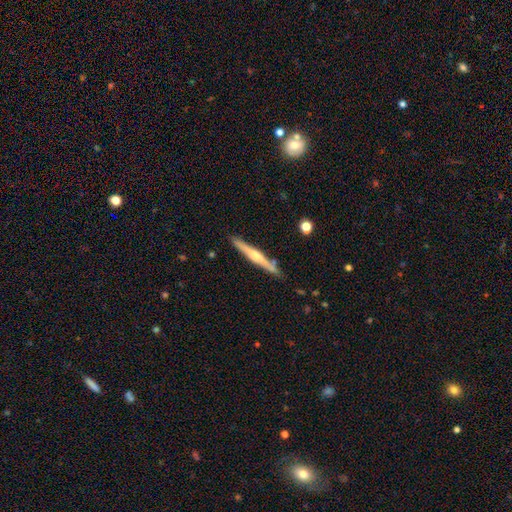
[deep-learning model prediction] smooth_or_featured: featured or disk (p=0.62) [alt: smooth p=0.32]
disk_edge_on: yes (p=0.97) [alt: no p=0.03]
edge_on_bulge: rounded (p=0.73) [alt: none p=0.18]
merging: none (p=0.85) [alt: minor disturbance p=0.10]